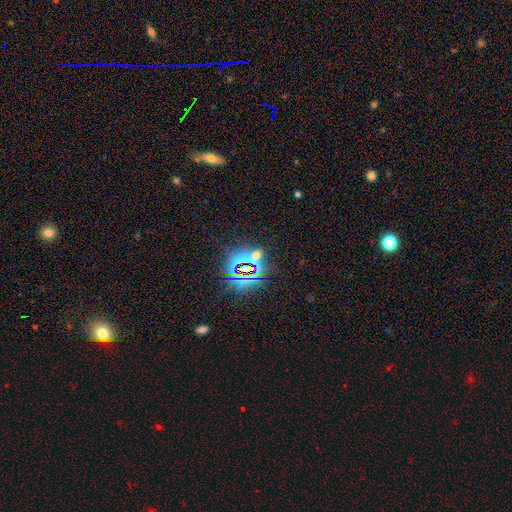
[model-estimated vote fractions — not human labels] This appears to be a star or artifact, not a galaxy (71%).